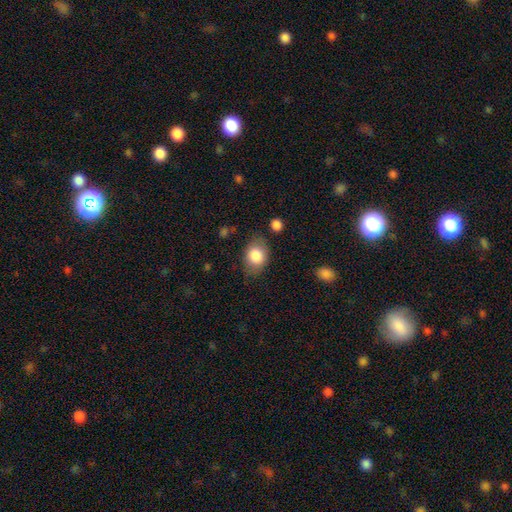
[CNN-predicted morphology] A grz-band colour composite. It shows a smooth galaxy with no disk features (82%) that is in between round and cigar-shaped (67%). Merging: none (73%).